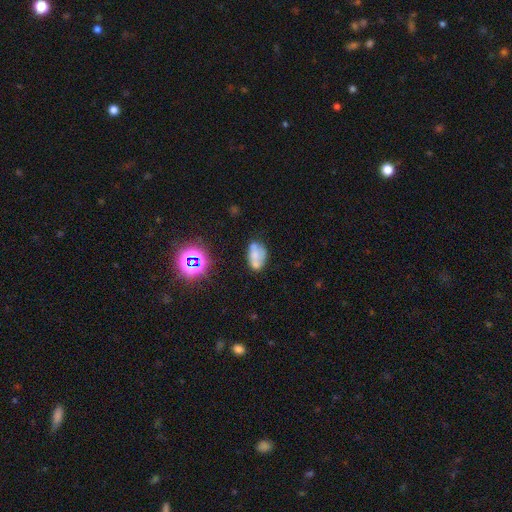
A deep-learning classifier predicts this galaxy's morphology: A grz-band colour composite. It shows a smooth galaxy with no disk features (49%). Merging: none (45%).